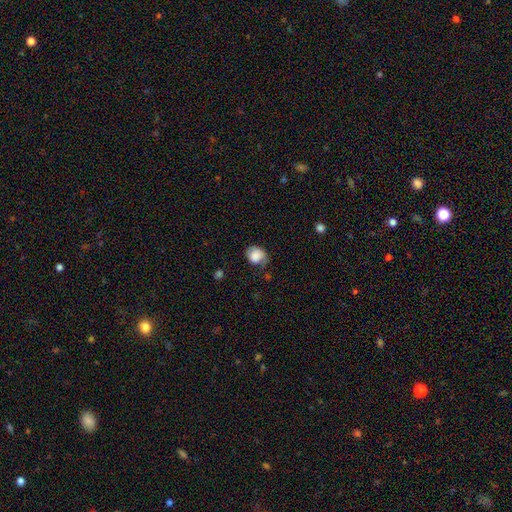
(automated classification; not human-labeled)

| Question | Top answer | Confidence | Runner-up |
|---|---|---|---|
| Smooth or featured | smooth | 82% | featured or disk (10%) |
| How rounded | round | 58% | in between (41%) |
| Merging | none | 54% | minor disturbance (33%) |